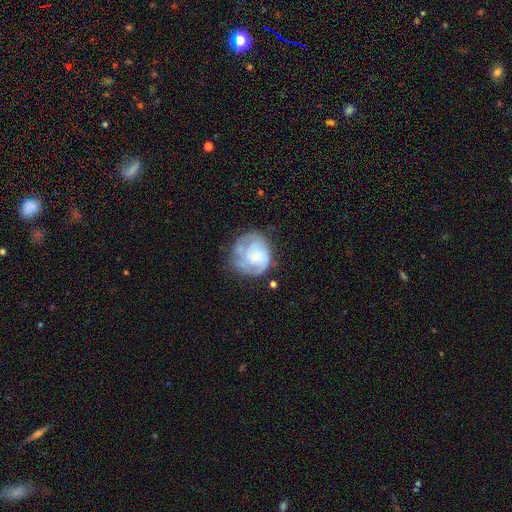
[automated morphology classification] Smooth or featured? featured or disk (60%)
Edge-on disk? no (98%)
Bar? no (73%)
Spiral arms? yes (75%)
Bulge size? small (47%)
Merging? none (53%)